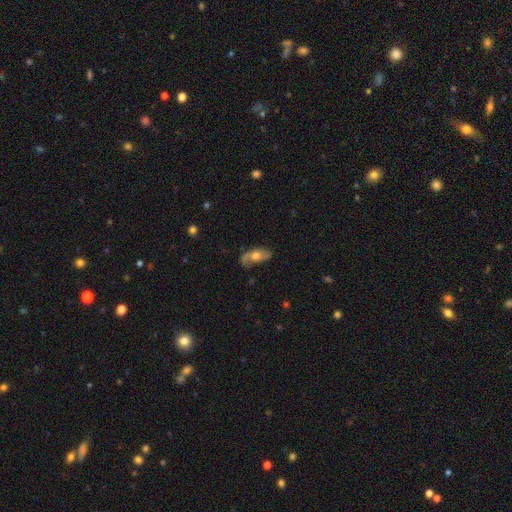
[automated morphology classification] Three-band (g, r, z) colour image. It shows a featured or disk galaxy (54%). Merging: none (56%).